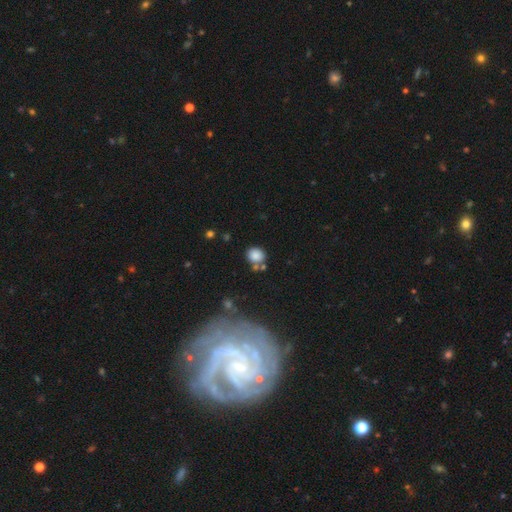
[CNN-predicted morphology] A smooth galaxy with no disk features (83%) that is round (78%).

Vote fractions:
- Smooth or featured? smooth: 83% / star or artifact: 11% / featured or disk: 6%
- How rounded? round: 78% / in between: 21% / cigar-shaped: 1%
- Merging? none: 69% / merger: 14% / minor disturbance: 13% / major disturbance: 4%